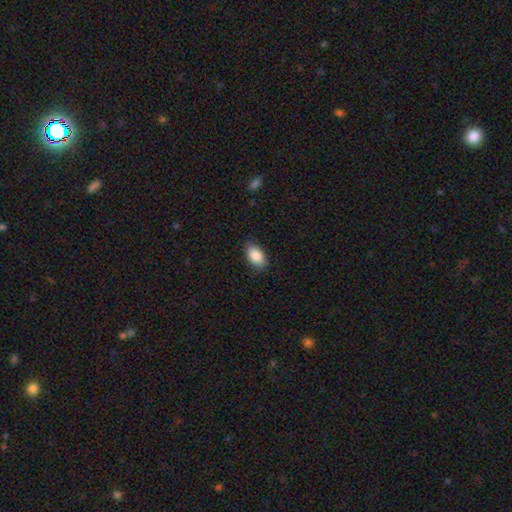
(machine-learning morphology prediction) smooth-or-featured: smooth: 87% | star or artifact: 7% | featured or disk: 6%
  how-rounded: in between: 93% | round: 5% | cigar-shaped: 2%
  merging: none: 85% | minor disturbance: 12% | major disturbance: 3% | merger: 1%